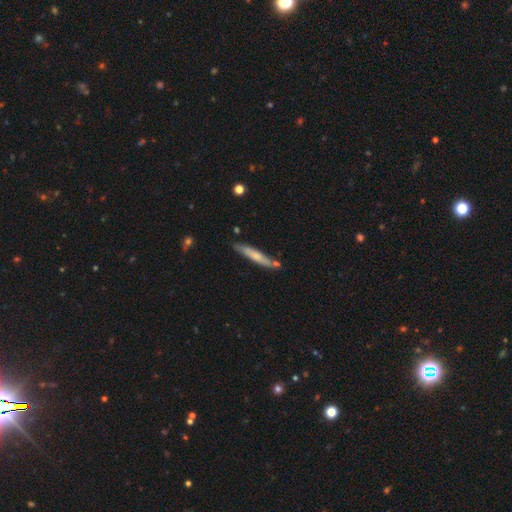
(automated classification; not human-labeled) smooth 59%, featured or disk 36%, star or artifact 6%. Down the decision tree: how rounded — cigar-shaped (92%); merging — none (72%).